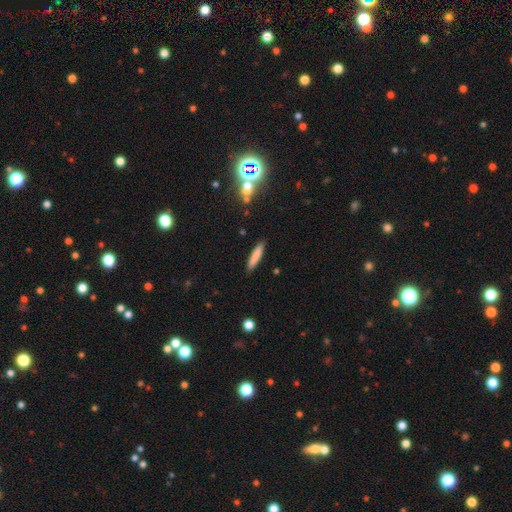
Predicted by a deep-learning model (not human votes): smooth_or_featured: smooth (p=0.80) [alt: featured or disk p=0.13]
how_rounded: cigar-shaped (p=0.87) [alt: in between p=0.11]
merging: none (p=0.89) [alt: minor disturbance p=0.08]